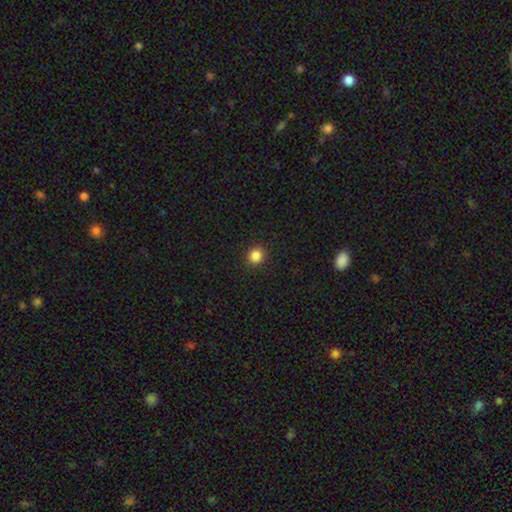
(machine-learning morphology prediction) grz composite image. It shows a smooth galaxy with no disk features (85%) that is round (89%). Merging: none (92%).